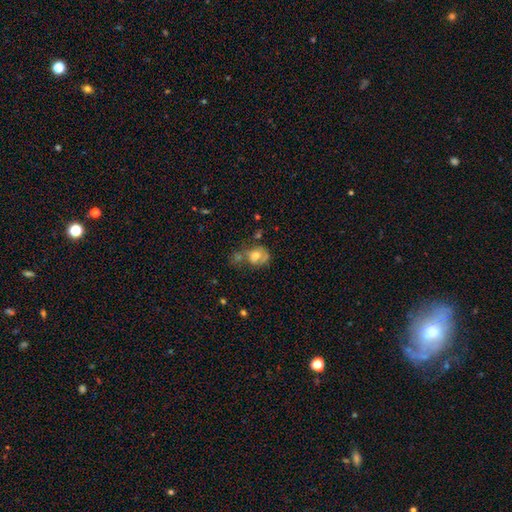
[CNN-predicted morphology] A smooth galaxy with no disk features (55%) that is in between round and cigar-shaped (50%).

Vote fractions:
- Smooth or featured? smooth: 55% / featured or disk: 33% / star or artifact: 13%
- How rounded? in between: 50% / round: 49% / cigar-shaped: 1%
- Merging? none: 30% / merger: 29% / minor disturbance: 21% / major disturbance: 20%